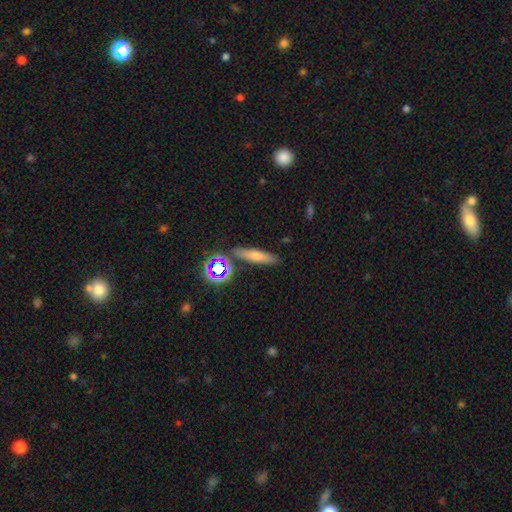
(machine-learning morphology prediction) Smooth or featured?
  - smooth: 50% *
  - featured or disk: 31%
  - star or artifact: 19%
How rounded?
  - cigar-shaped: 72% *
  - in between: 20%
  - round: 8%
Merging?
  - none: 82% *
  - minor disturbance: 9%
  - merger: 5%
  - major disturbance: 3%